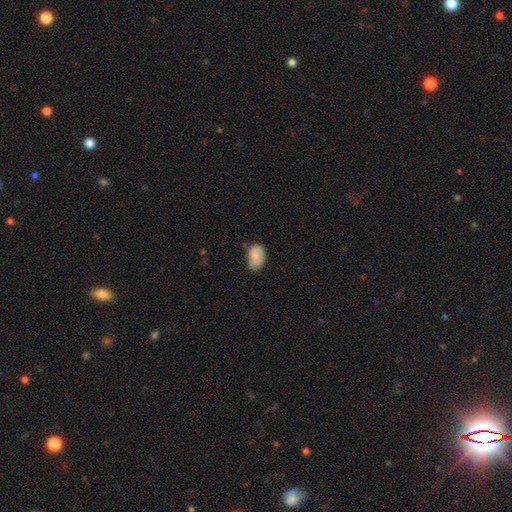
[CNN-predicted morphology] This appears to be a smooth galaxy with no disk features (83%) that is in between round and cigar-shaped (87%). Merging: none (52%).